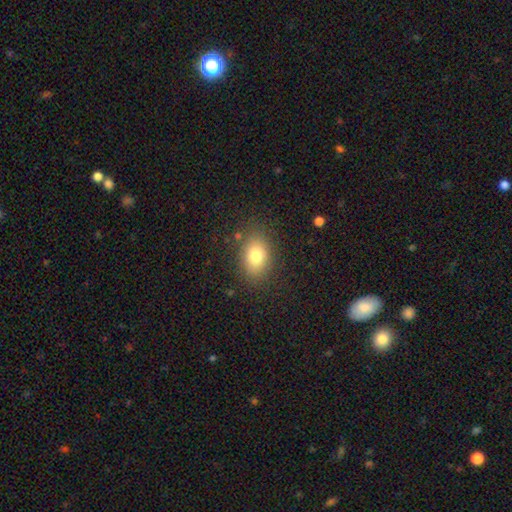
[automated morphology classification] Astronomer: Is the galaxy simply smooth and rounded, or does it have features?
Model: smooth — 78%.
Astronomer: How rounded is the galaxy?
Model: in between — 76%.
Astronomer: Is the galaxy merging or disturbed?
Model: none — 83%.